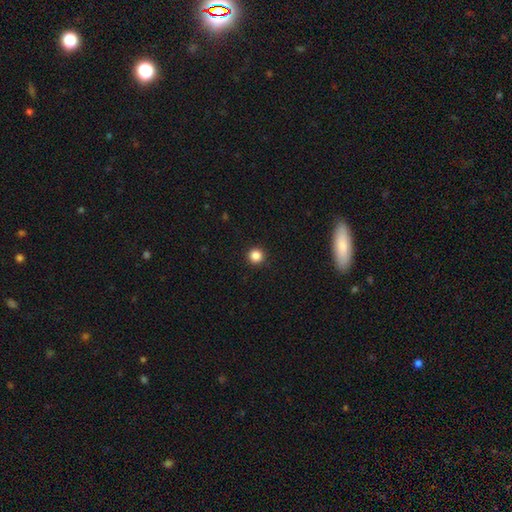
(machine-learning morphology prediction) Smooth or featured? Predicted: smooth (p=0.85). How rounded? Predicted: round (p=0.96). Merging? Predicted: none (p=0.93).